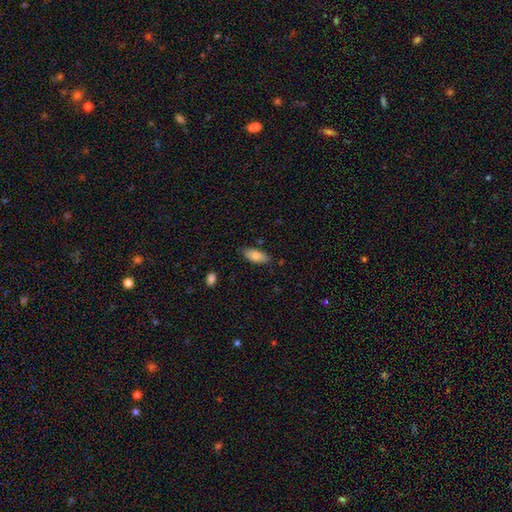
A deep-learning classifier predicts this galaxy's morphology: Smooth or featured: smooth — 80% (featured or disk — 13%)
How rounded: in between — 85% (cigar-shaped — 13%)
Merging: none — 81% (minor disturbance — 15%)